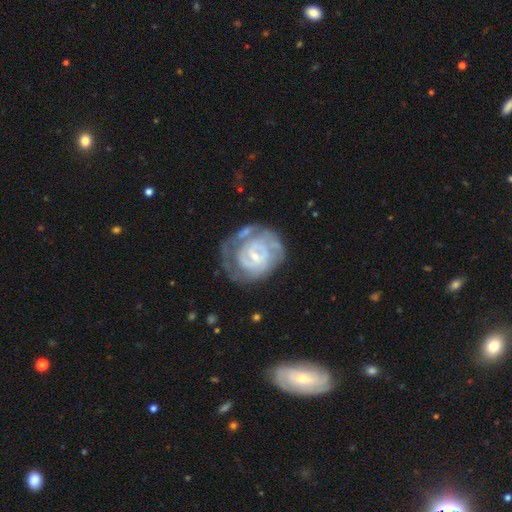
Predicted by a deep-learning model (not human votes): This appears to be a featured or disk galaxy (83%) with no bar (47%), tight (71%) spiral arms (88%) and a small central bulge (73%). Merging: none (52%).